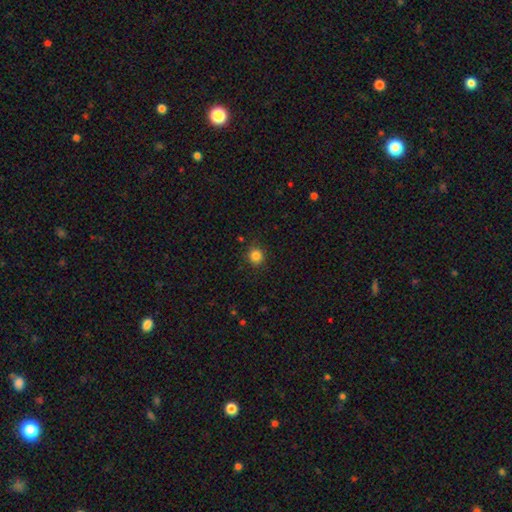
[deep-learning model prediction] smooth_or_featured: smooth (p=0.84) [alt: star or artifact p=0.12]
how_rounded: round (p=0.92) [alt: in between p=0.07]
merging: none (p=0.88) [alt: minor disturbance p=0.08]